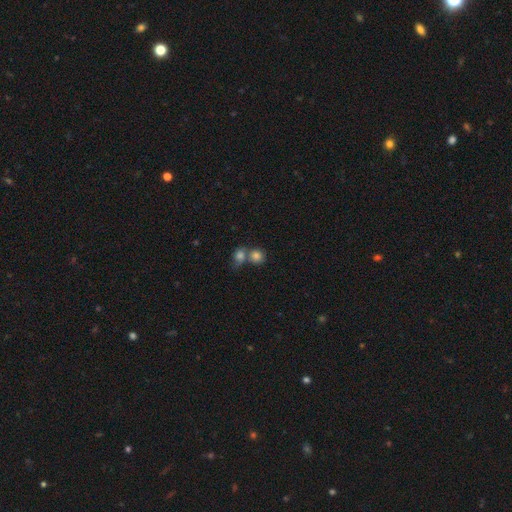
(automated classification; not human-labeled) Q: Smooth or featured?
A: smooth (81%); runner-up: star or artifact (10%)
Q: How rounded?
A: round (82%); runner-up: in between (17%)
Q: Merging?
A: merger (49%); runner-up: none (40%)